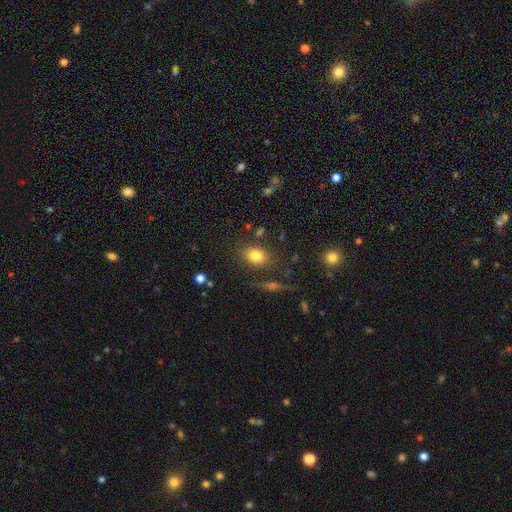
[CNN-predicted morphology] smooth 81%, star or artifact 11%, featured or disk 8%. Down the decision tree: how rounded — in between (66%); merging — none (78%).